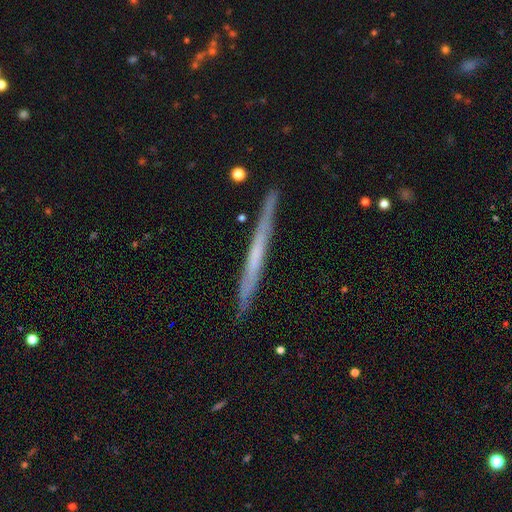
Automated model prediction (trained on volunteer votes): A featured or disk galaxy (57%) viewed edge-on (96%) with no central bulge (87%).

Vote fractions:
- Smooth or featured? featured or disk: 57% / smooth: 37% / star or artifact: 6%
- Edge-on disk? yes: 96% / no: 4%
- Edge-on bulge? none: 87% / rounded: 8% / boxy: 5%
- Merging? none: 88% / minor disturbance: 9% / major disturbance: 1% / merger: 1%